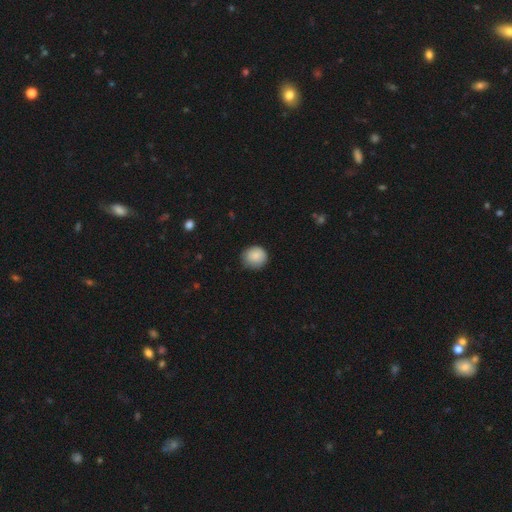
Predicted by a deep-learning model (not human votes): This appears to be a smooth galaxy with no disk features (86%) that is round (88%). Merging: none (79%).